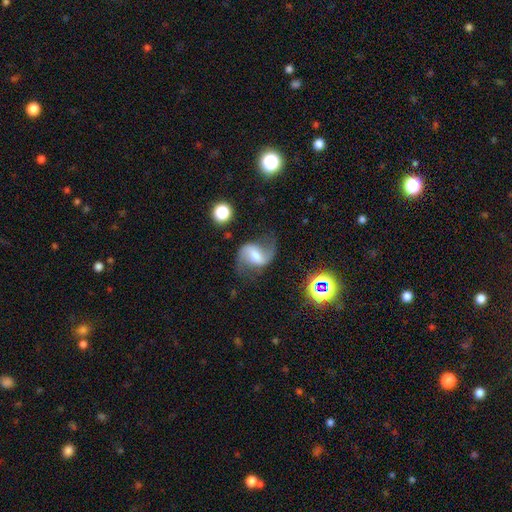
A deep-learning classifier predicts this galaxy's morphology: This appears to be a featured or disk galaxy (83%) with a weak bar (46%), 2 (93%) loose (66%) spiral arms (96%) and a moderate central bulge (52%). Merging: none (72%).